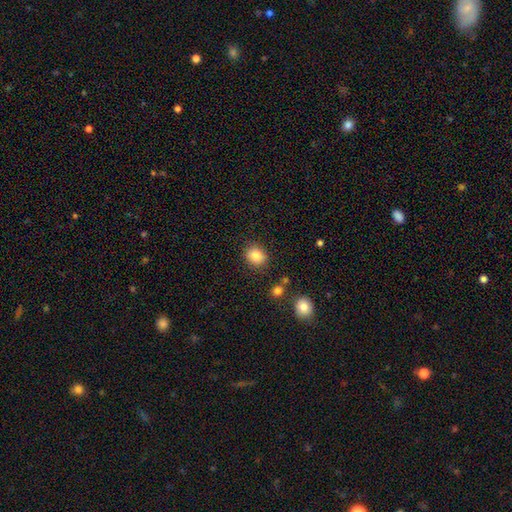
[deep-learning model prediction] Smooth or featured? Predicted: smooth (p=0.83). How rounded? Predicted: round (p=0.69). Merging? Predicted: none (p=0.85).